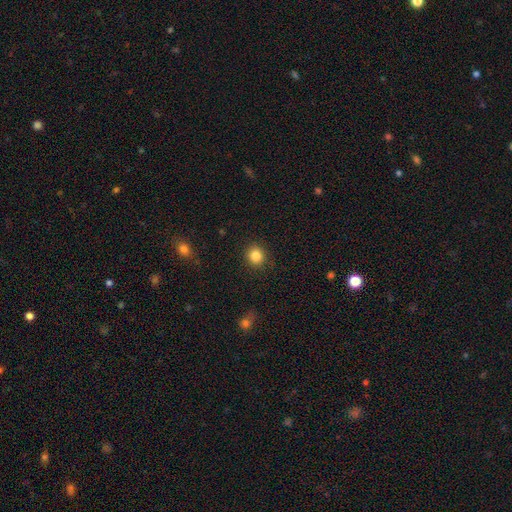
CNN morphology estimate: This is clearly a smooth galaxy (85%). How rounded: clearly round (87%). Merging: clearly none (90%).